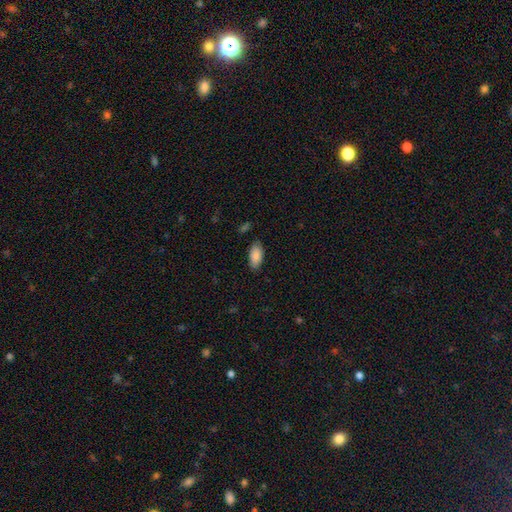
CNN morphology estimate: smooth 88%, star or artifact 6%, featured or disk 6%. Down the decision tree: how rounded — in between (92%); merging — none (83%).